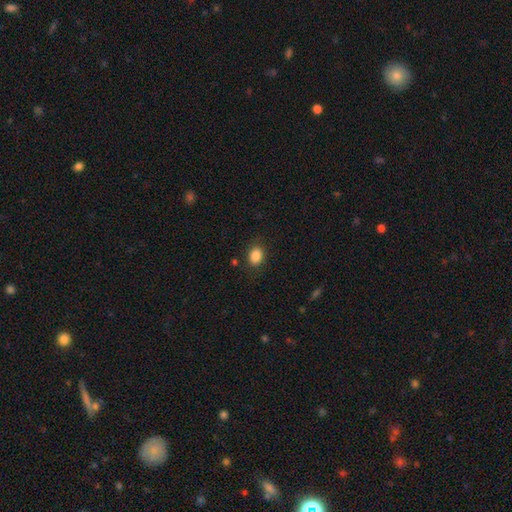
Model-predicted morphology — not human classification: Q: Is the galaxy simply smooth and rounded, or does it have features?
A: smooth — 87%.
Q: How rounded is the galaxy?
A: in between — 63%.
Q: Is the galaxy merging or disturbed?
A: none — 84%.